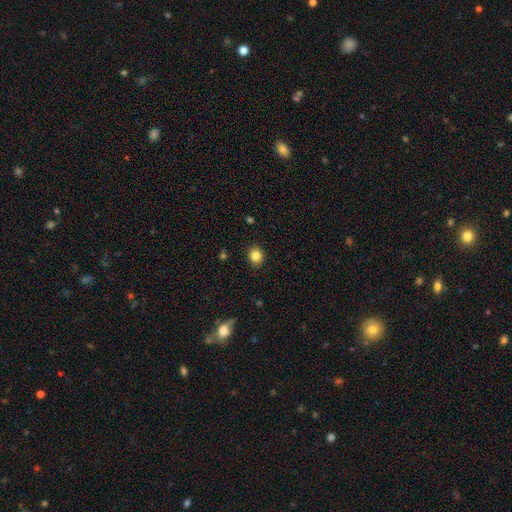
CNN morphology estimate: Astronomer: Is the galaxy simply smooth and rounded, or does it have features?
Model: smooth — 84%.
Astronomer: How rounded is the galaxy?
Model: round — 68%.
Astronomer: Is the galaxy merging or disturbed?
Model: none — 90%.